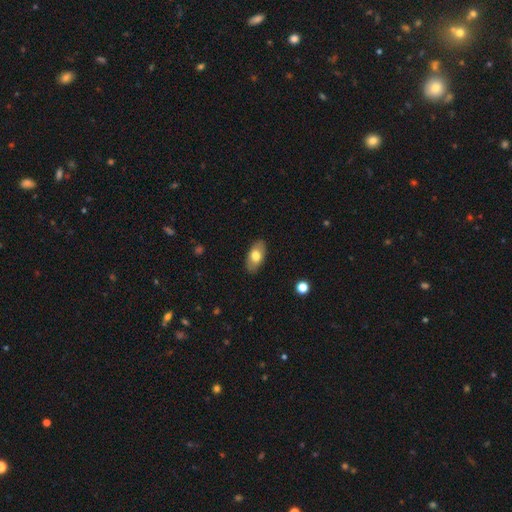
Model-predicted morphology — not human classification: This is likely a smooth galaxy (72%). How rounded: clearly in between (93%). Merging: clearly none (88%).